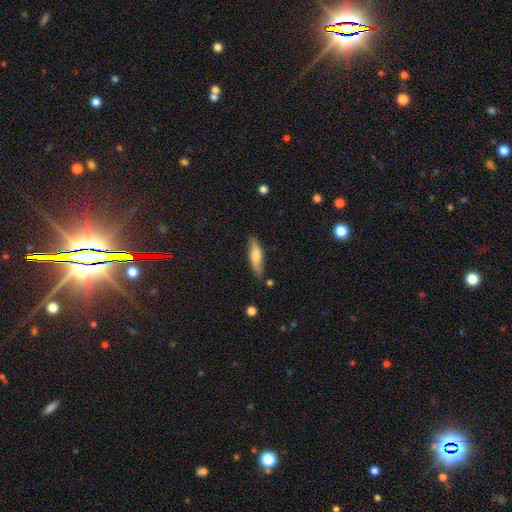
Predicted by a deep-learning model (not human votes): This is likely a smooth galaxy (67%). How rounded: possibly cigar-shaped (54%). Merging: likely none (79%).